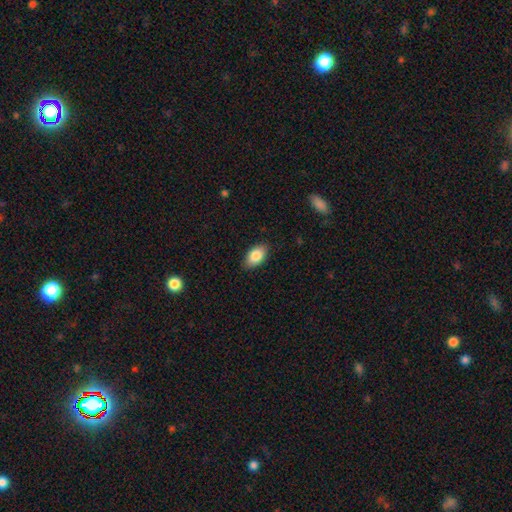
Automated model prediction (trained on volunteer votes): Overall: smooth (85%). How rounded: in between (92%). Merging: none (87%).